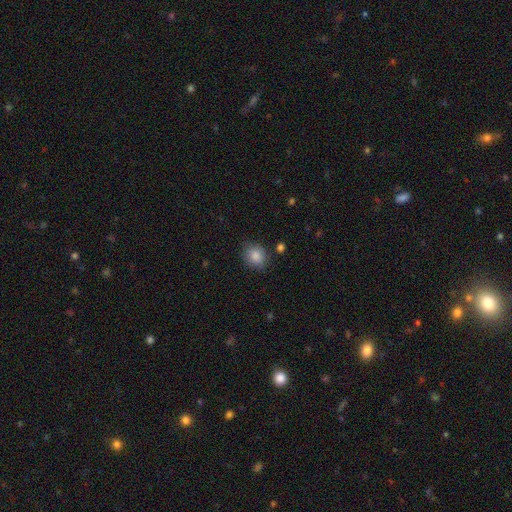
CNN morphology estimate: type=smooth (87%); roundness=round (68%); merging=none (82%).